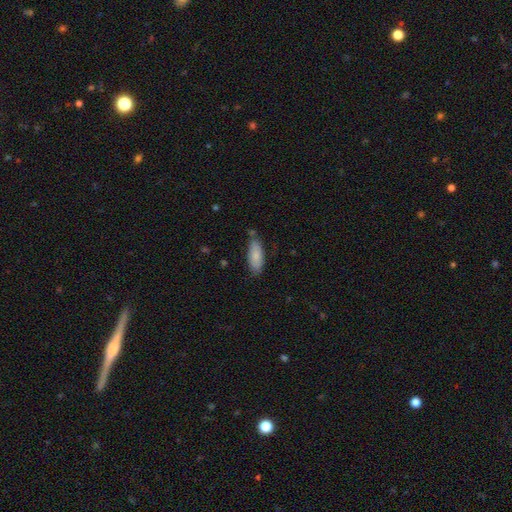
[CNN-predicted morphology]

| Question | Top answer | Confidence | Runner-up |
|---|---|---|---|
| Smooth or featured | smooth | 81% | featured or disk (13%) |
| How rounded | in between | 74% | cigar-shaped (24%) |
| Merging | none | 69% | minor disturbance (22%) |